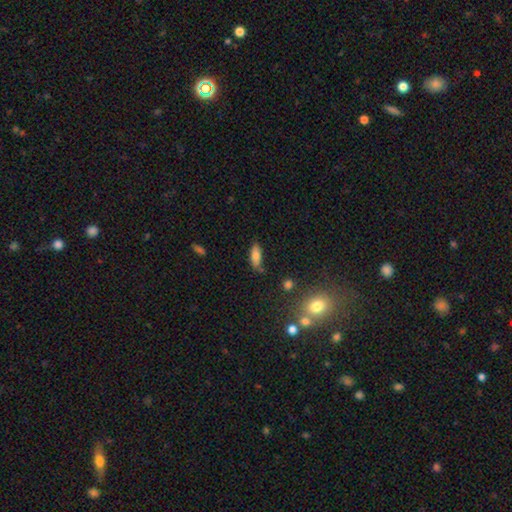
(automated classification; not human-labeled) Smooth or featured? Predicted: smooth (p=0.78). How rounded? Predicted: in between (p=0.70). Merging? Predicted: none (p=0.70).